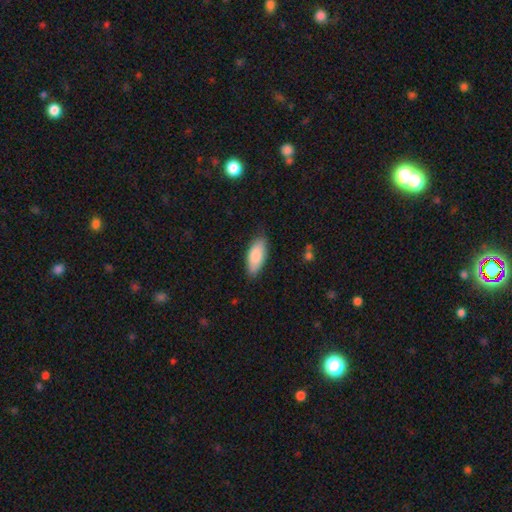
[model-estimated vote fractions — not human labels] Smooth or featured? Predicted: smooth (p=0.86). How rounded? Predicted: in between (p=0.83). Merging? Predicted: none (p=0.79).